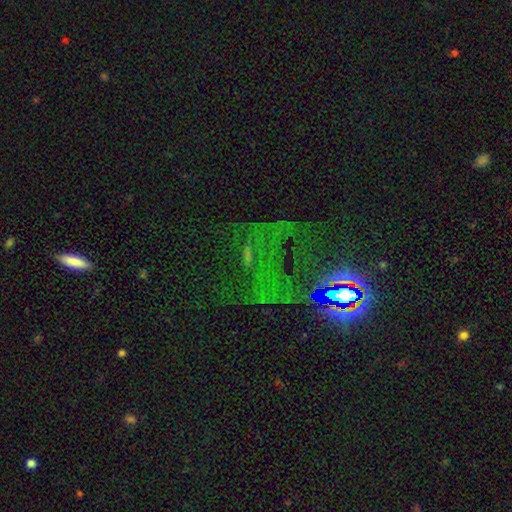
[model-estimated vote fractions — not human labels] Q: Smooth or featured?
A: star or artifact (65%); runner-up: featured or disk (18%)